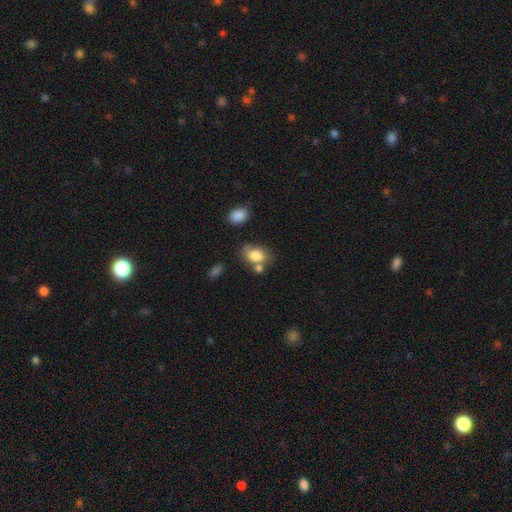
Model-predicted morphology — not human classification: A smooth galaxy with no disk features (79%) that is in between round and cigar-shaped (73%).

Vote fractions:
- Smooth or featured? smooth: 79% / featured or disk: 12% / star or artifact: 9%
- How rounded? in between: 73% / round: 26% / cigar-shaped: 1%
- Merging? none: 50% / merger: 24% / minor disturbance: 19% / major disturbance: 7%